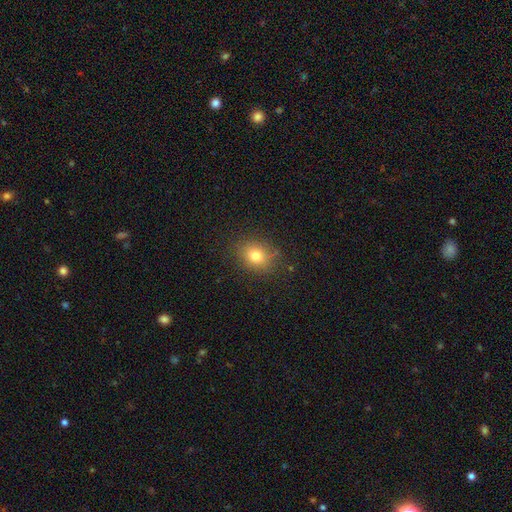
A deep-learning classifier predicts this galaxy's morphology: This is likely a smooth galaxy (77%). How rounded: possibly round (55%). Merging: clearly none (84%).